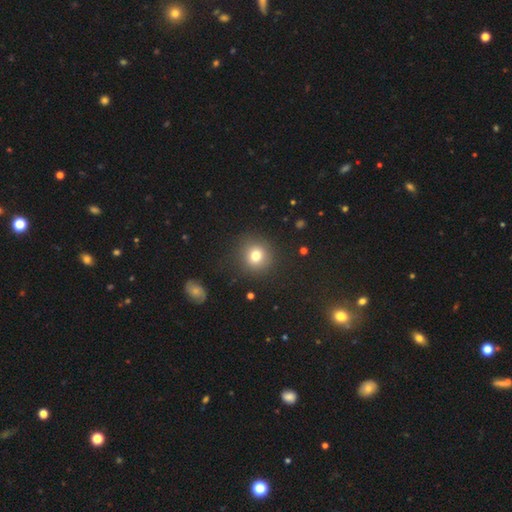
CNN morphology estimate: smooth_or_featured: smooth (p=0.76) [alt: star or artifact p=0.14]
how_rounded: round (p=0.90) [alt: in between p=0.09]
merging: none (p=0.88) [alt: minor disturbance p=0.07]